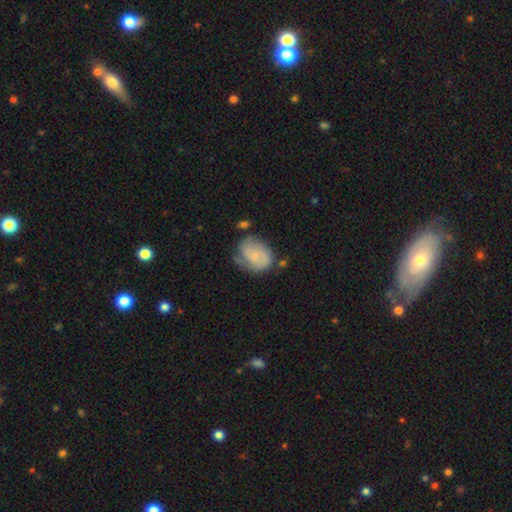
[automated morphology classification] This appears to be a smooth galaxy with no disk features (57%) that is in between round and cigar-shaped (59%). Merging: none (48%).